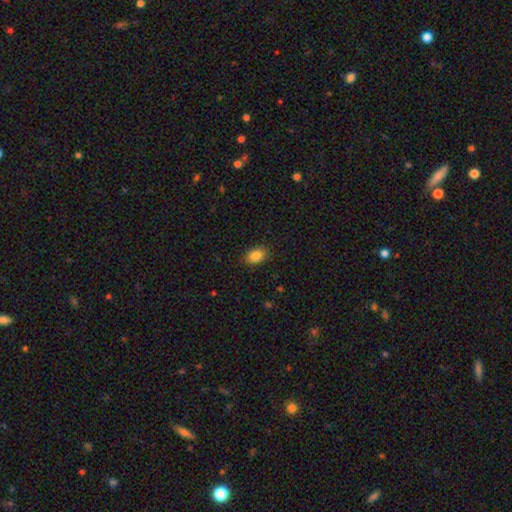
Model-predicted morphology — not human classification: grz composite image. It shows a smooth galaxy with no disk features (85%) that is in between round and cigar-shaped (78%). Merging: none (86%).